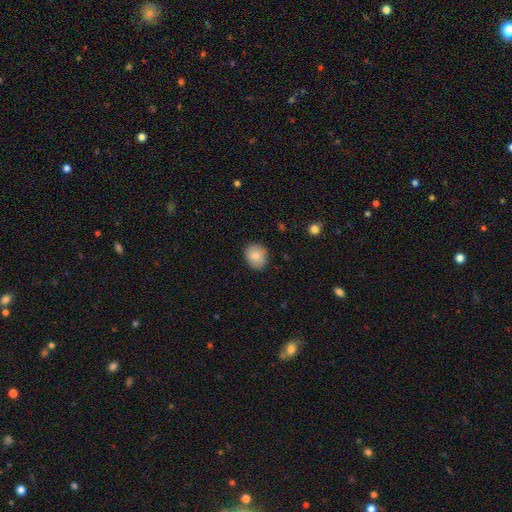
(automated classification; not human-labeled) Morphology: type=smooth (82%); roundness=round (71%); merging=none (84%).